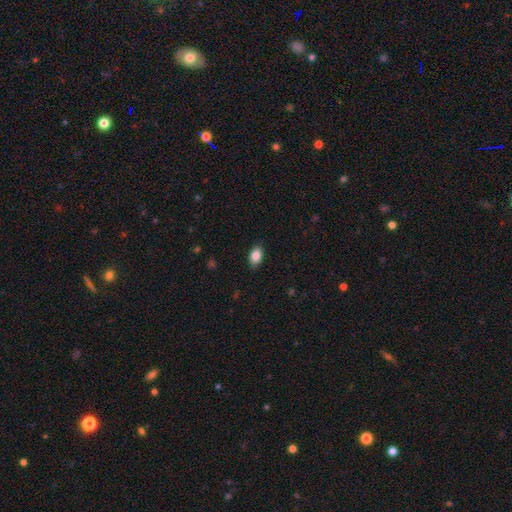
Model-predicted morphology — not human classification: The model was most divided on "merging": none: 87%, minor disturbance: 10%, major disturbance: 2%, merger: 1%. More confident: how rounded — in between (88%); smooth or featured — smooth (86%).